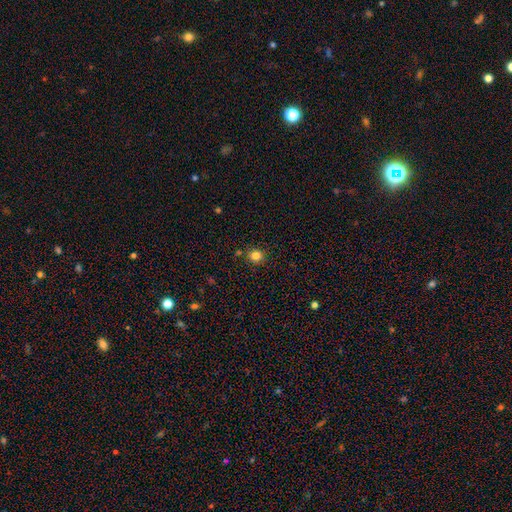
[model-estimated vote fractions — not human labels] A smooth galaxy with no disk features (82%) that is round (89%).

Vote fractions:
- Smooth or featured? smooth: 82% / star or artifact: 13% / featured or disk: 5%
- How rounded? round: 89% / in between: 10% / cigar-shaped: 1%
- Merging? none: 86% / minor disturbance: 8% / merger: 4% / major disturbance: 2%